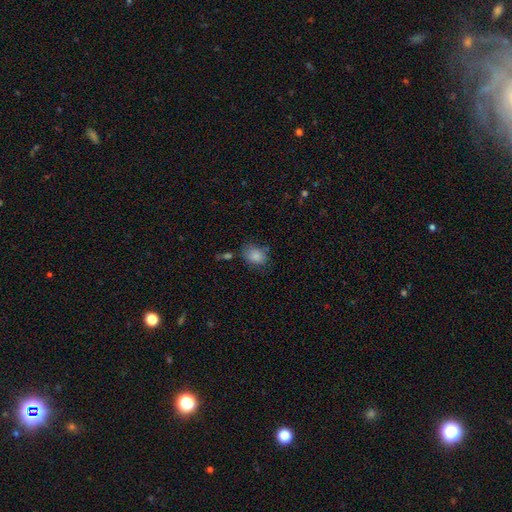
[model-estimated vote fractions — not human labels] Smooth or featured: smooth — 85% (star or artifact — 9%)
How rounded: in between — 60% (round — 39%)
Merging: none — 66% (minor disturbance — 21%)